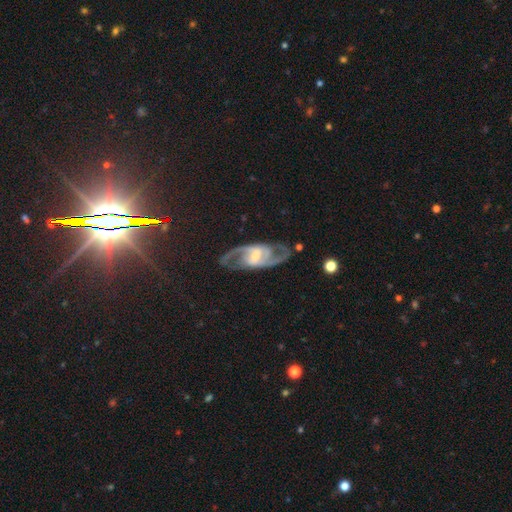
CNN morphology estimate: Overall: featured or disk (89%). Edge-on disk: no (95%). Bar: weak (45%; strong 40%). Spiral arms: yes (97%). Spiral arm count: 2 (91%). Spiral winding: medium (60%; tight 21%). Bulge size: small (46%; moderate 35%). Merging: none (79%).